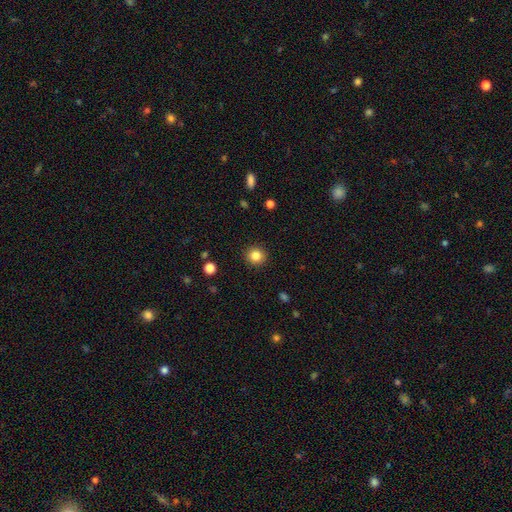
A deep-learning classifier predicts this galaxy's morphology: This appears to be a smooth galaxy with no disk features (84%) that is round (92%). Merging: none (92%).